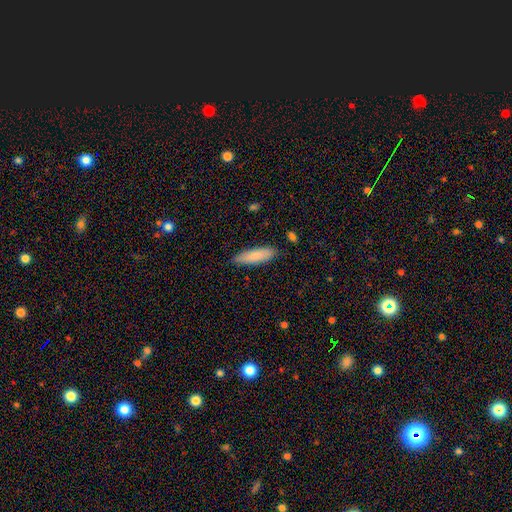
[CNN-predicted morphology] This appears to be a smooth galaxy with no disk features (85%) that is cigar-shaped (54%). Merging: none (85%).